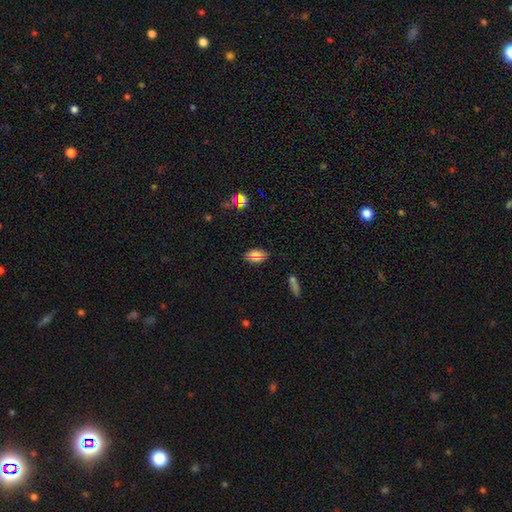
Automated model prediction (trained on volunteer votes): smooth 71%, featured or disk 15%, star or artifact 14%. Down the decision tree: how rounded — in between (91%); merging — none (74%).